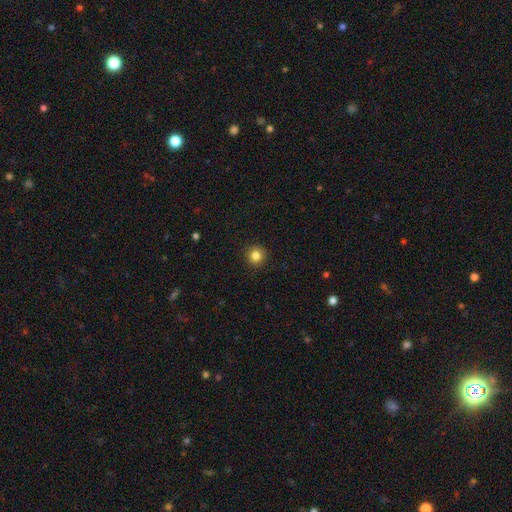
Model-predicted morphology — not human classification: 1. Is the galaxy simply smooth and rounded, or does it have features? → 84% smooth, 11% star or artifact, 5% featured or disk.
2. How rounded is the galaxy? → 94% round, 5% in between, 1% cigar-shaped.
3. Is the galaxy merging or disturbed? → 92% none, 5% minor disturbance, 2% major disturbance, 1% merger.